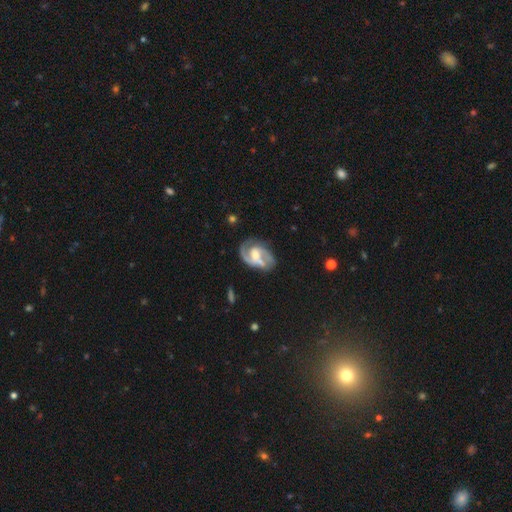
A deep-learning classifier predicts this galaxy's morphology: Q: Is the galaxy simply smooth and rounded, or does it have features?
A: featured or disk — 85%.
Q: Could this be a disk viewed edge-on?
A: no — 98%.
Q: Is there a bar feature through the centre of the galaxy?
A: weak — 46%.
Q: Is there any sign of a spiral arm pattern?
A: yes — 94%.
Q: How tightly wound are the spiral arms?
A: medium — 52%.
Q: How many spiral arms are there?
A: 2 — 76%.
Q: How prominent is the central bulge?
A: moderate — 53%.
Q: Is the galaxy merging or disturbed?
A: none — 59%.